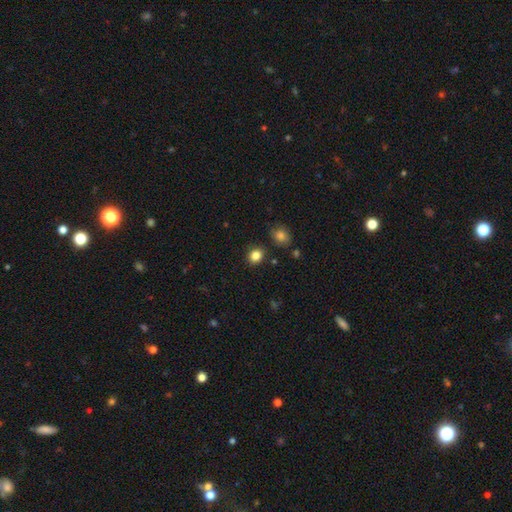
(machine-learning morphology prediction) Smooth or featured: smooth — 85% (star or artifact — 11%)
How rounded: round — 72% (in between — 27%)
Merging: none — 87% (minor disturbance — 8%)